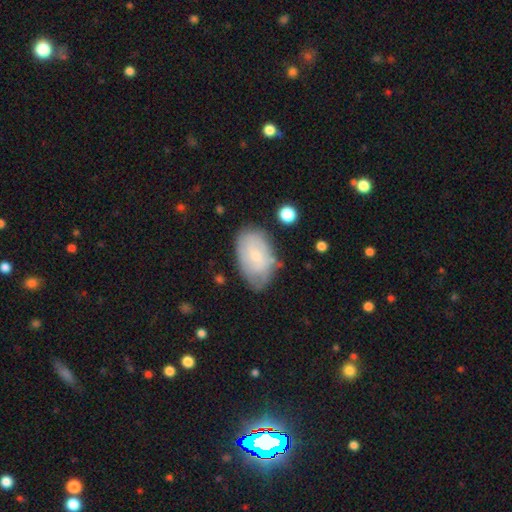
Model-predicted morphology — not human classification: type=smooth (60%); roundness=in between (92%); merging=none (65%).